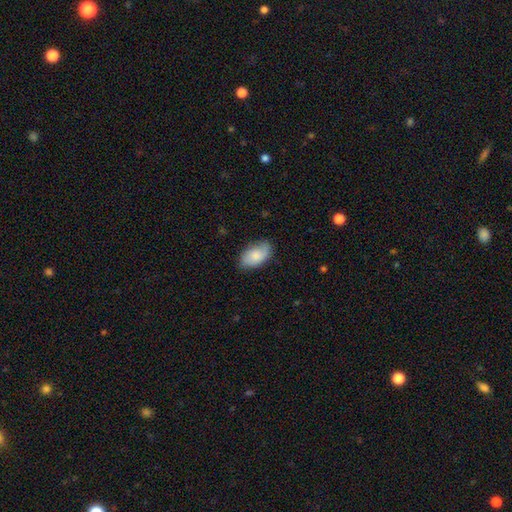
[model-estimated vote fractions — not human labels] smooth 74%, featured or disk 20%, star or artifact 6%. Down the decision tree: how rounded — in between (94%); merging — none (73%).